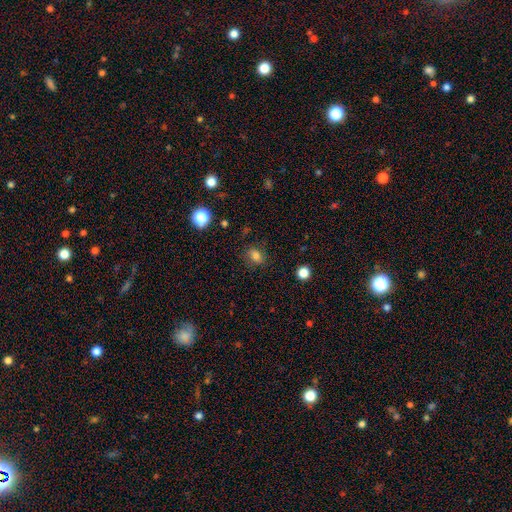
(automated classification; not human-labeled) A smooth galaxy with no disk features (76%) that is in between round and cigar-shaped (59%).

Vote fractions:
- Smooth or featured? smooth: 76% / star or artifact: 14% / featured or disk: 10%
- How rounded? in between: 59% / round: 39% / cigar-shaped: 1%
- Merging? none: 79% / minor disturbance: 15% / major disturbance: 5% / merger: 1%